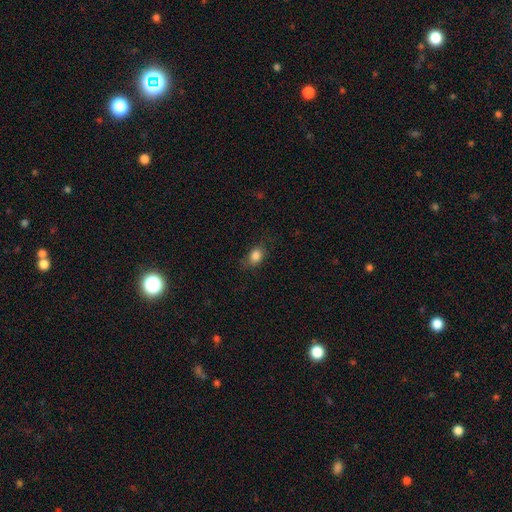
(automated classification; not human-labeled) Smooth or featured: smooth — 84% (star or artifact — 9%)
How rounded: in between — 64% (round — 34%)
Merging: none — 73% (minor disturbance — 20%)